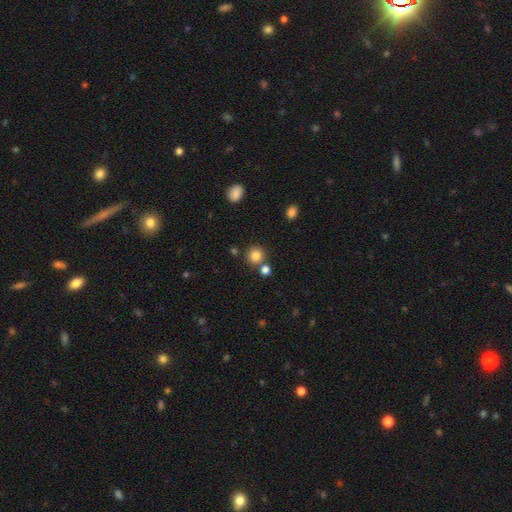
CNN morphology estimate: Smooth or featured: smooth — 83% (star or artifact — 12%)
How rounded: round — 91% (in between — 8%)
Merging: none — 75% (merger — 14%)